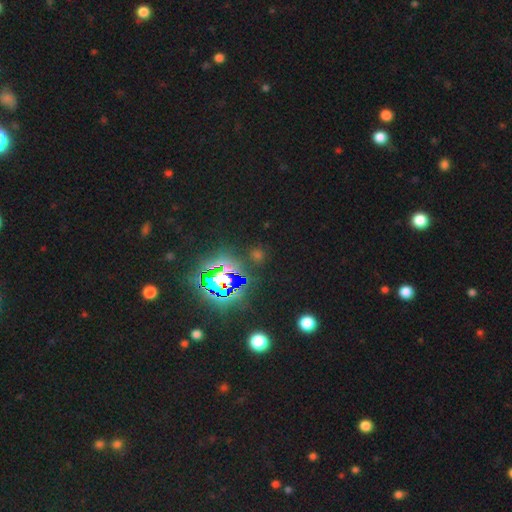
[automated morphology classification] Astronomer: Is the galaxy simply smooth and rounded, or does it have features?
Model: star or artifact — 74%.